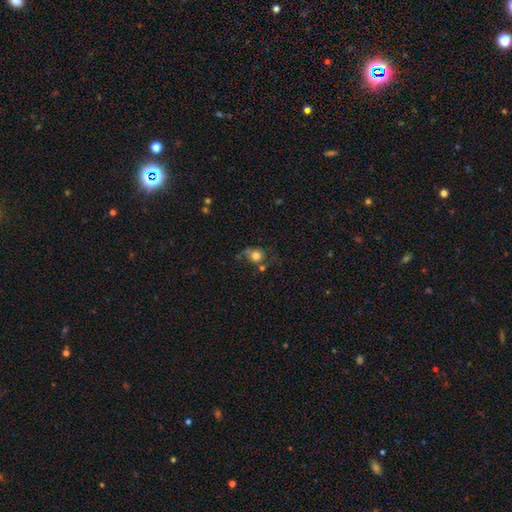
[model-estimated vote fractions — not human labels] Smooth or featured?
  - smooth: 75% *
  - featured or disk: 13%
  - star or artifact: 12%
How rounded?
  - round: 78% *
  - in between: 20%
  - cigar-shaped: 1%
Merging?
  - none: 52% *
  - minor disturbance: 22%
  - merger: 13%
  - major disturbance: 12%